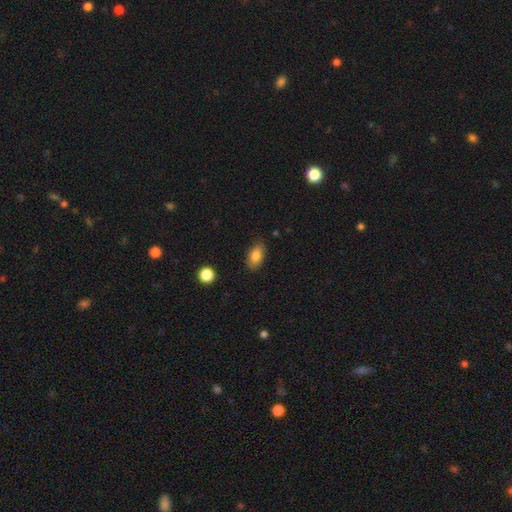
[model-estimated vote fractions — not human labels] smooth 83%, featured or disk 9%, star or artifact 8%. Down the decision tree: how rounded — in between (90%); merging — none (83%).